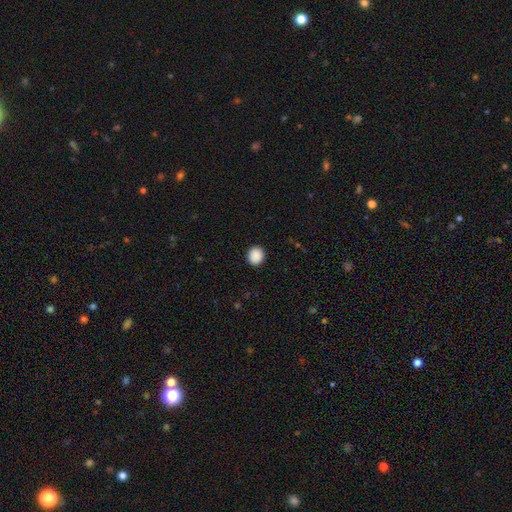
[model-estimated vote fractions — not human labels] smooth-or-featured: smooth: 90% | star or artifact: 8% | featured or disk: 2%
  how-rounded: round: 80% | in between: 19% | cigar-shaped: 1%
  merging: none: 92% | minor disturbance: 5% | major disturbance: 2% | merger: 1%